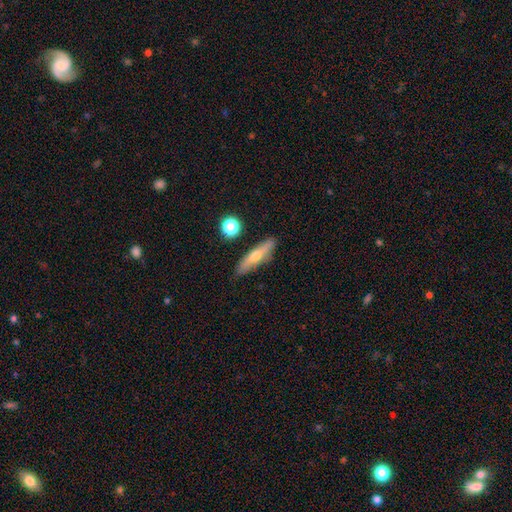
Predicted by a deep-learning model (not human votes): This appears to be a smooth galaxy with no disk features (51%) that is cigar-shaped (74%). Merging: none (85%).